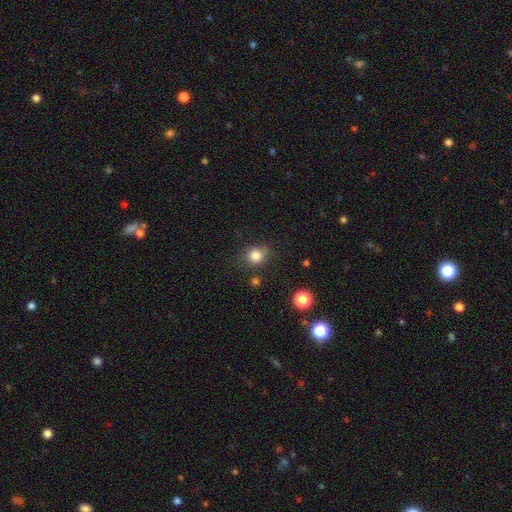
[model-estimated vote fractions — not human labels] This appears to be a smooth galaxy with no disk features (82%) that is round (77%). Merging: none (72%).